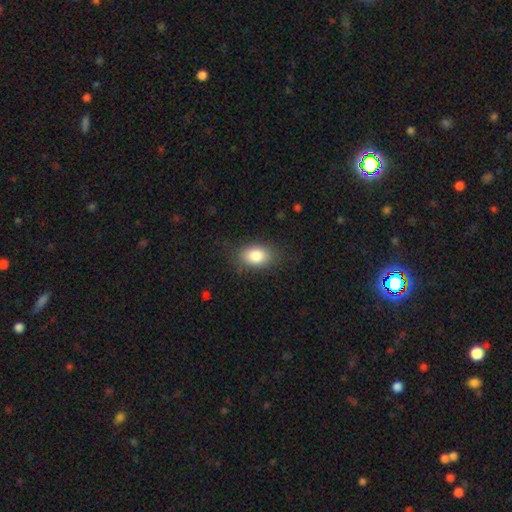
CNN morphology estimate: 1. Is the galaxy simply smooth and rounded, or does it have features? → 84% smooth, 8% star or artifact, 8% featured or disk.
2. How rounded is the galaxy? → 80% in between, 19% round, 1% cigar-shaped.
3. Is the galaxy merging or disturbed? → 80% none, 14% minor disturbance, 5% major disturbance, 1% merger.